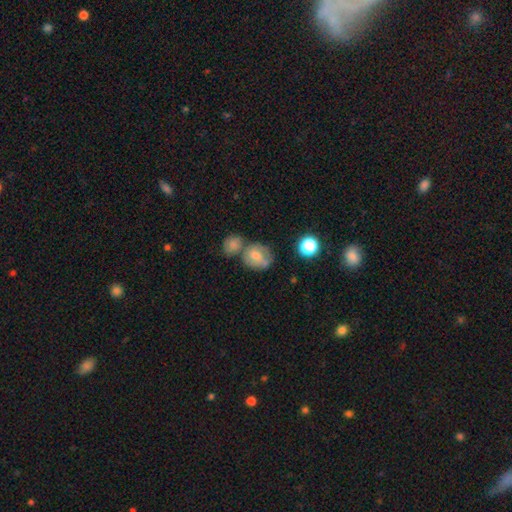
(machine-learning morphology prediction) smooth_or_featured: smooth (p=0.51) [alt: featured or disk p=0.36]
how_rounded: round (p=0.61) [alt: in between p=0.38]
merging: none (p=0.45) [alt: merger p=0.33]